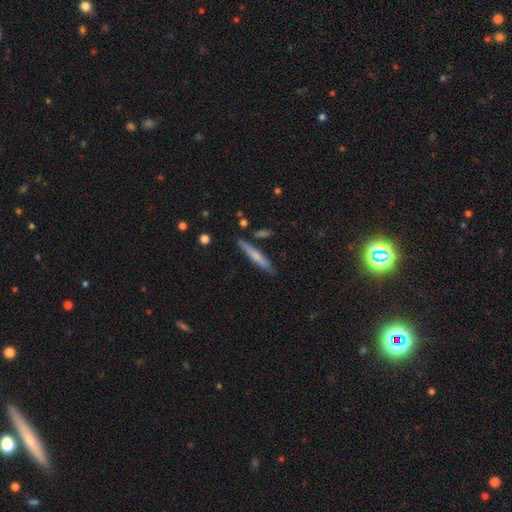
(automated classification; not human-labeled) Morphology: type=smooth (61%); roundness=cigar-shaped (93%); merging=none (85%).